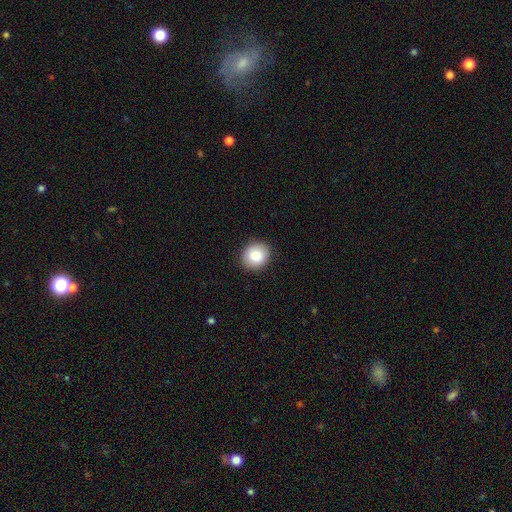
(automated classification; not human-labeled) The model was most divided on "how rounded": round: 79%, in between: 20%, cigar-shaped: 1%. More confident: merging — none (90%); smooth or featured — smooth (86%).